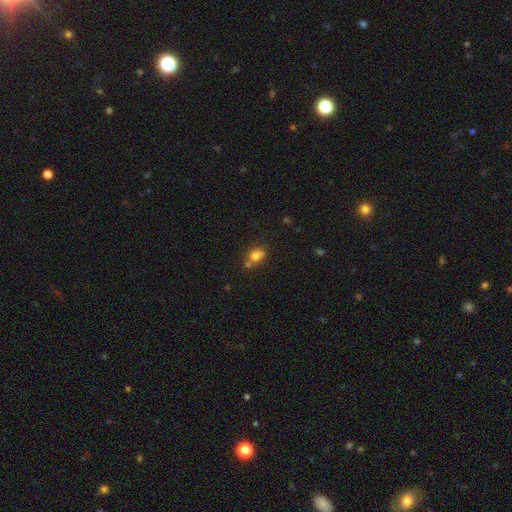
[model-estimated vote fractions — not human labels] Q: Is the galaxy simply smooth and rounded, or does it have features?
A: smooth — 71%.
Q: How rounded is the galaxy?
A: round — 74%.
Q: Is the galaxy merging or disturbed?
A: none — 45%.